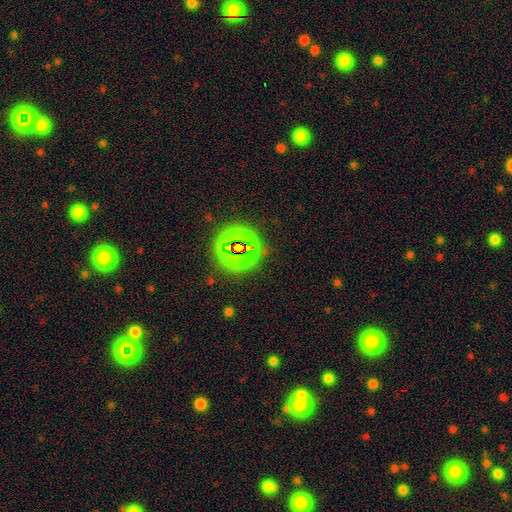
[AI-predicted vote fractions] This is likely a star or artifact rather than a galaxy (73%).